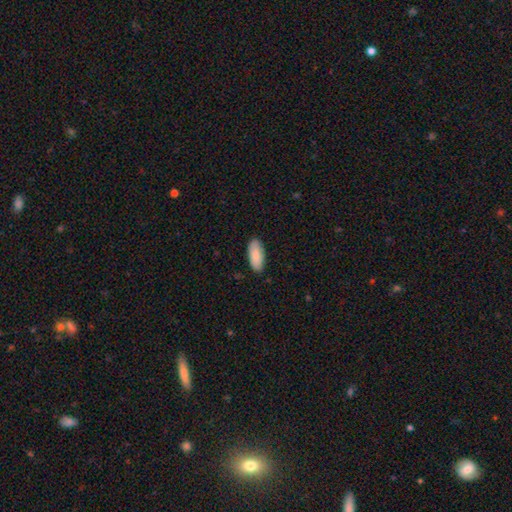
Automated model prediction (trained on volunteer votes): This is clearly a smooth galaxy (87%). How rounded: clearly in between (88%). Merging: clearly none (87%).